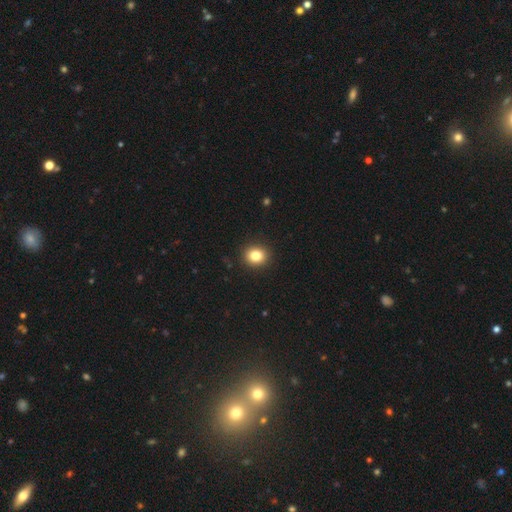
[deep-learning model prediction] Smooth or featured: smooth — 82% (star or artifact — 11%)
How rounded: round — 76% (in between — 24%)
Merging: none — 92% (minor disturbance — 6%)